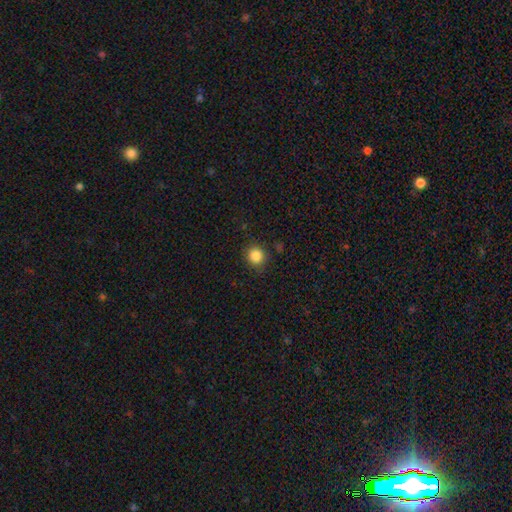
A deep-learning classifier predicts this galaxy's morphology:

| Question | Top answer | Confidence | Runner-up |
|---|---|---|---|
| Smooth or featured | smooth | 86% | star or artifact (11%) |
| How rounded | round | 89% | in between (10%) |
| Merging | none | 85% | minor disturbance (10%) |